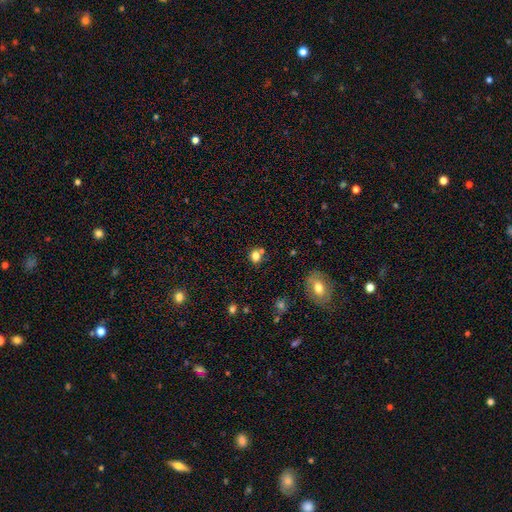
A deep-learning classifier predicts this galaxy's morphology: Smooth or featured? smooth (78%)
How rounded? round (72%)
Merging? none (66%)